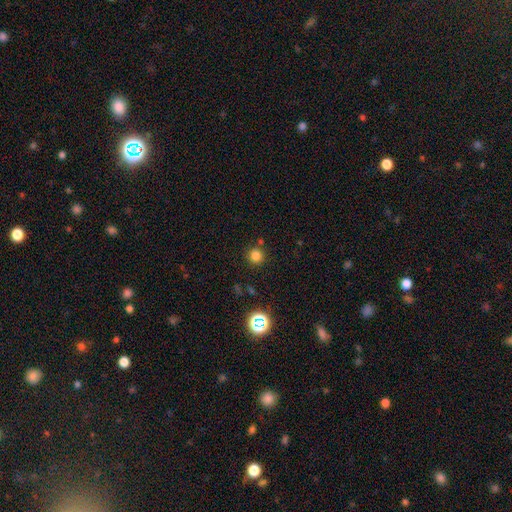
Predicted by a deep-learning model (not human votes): smooth_or_featured: smooth (p=0.78) [alt: star or artifact p=0.17]
how_rounded: round (p=0.94) [alt: in between p=0.05]
merging: none (p=0.85) [alt: minor disturbance p=0.07]